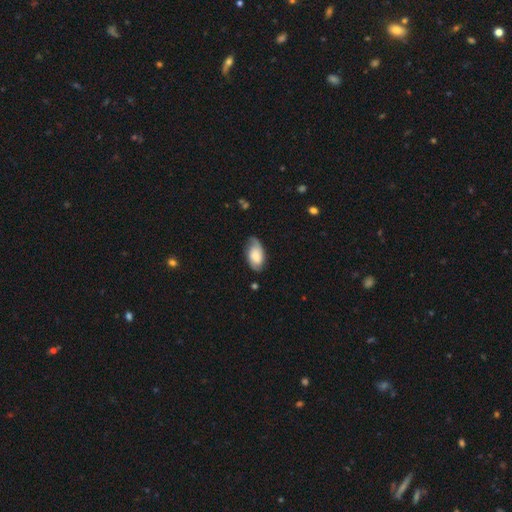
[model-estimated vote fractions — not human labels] Smooth or featured: smooth — 53% (featured or disk — 41%)
How rounded: in between — 93% (round — 5%)
Merging: none — 63% (minor disturbance — 27%)